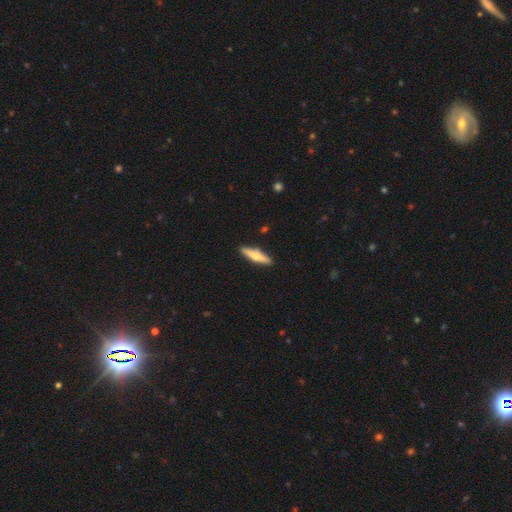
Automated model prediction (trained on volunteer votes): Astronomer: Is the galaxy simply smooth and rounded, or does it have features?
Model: smooth — 51% (runner-up: featured or disk, 44%).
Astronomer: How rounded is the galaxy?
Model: cigar-shaped — 79%.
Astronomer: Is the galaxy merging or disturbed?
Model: none — 89%.